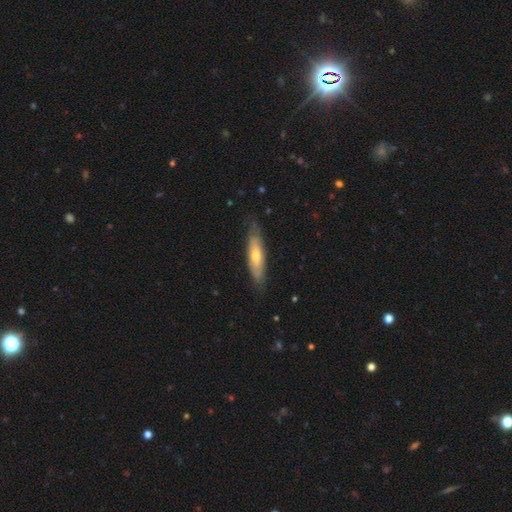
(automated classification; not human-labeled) The model was most divided on "smooth or featured": featured or disk: 49%, smooth: 46%, star or artifact: 6%. More confident: merging — none (75%).